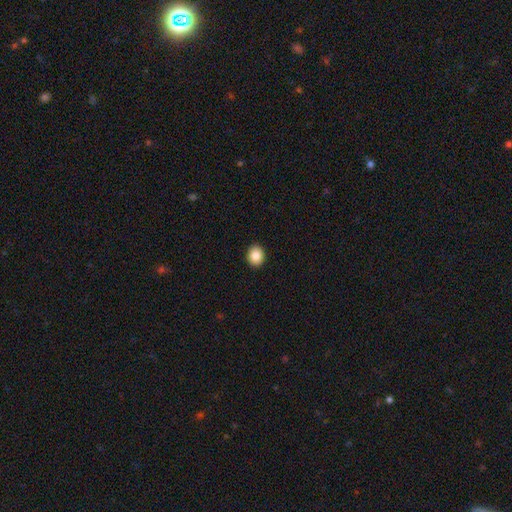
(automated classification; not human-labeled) Smooth or featured? smooth (86%)
How rounded? round (56%)
Merging? none (92%)